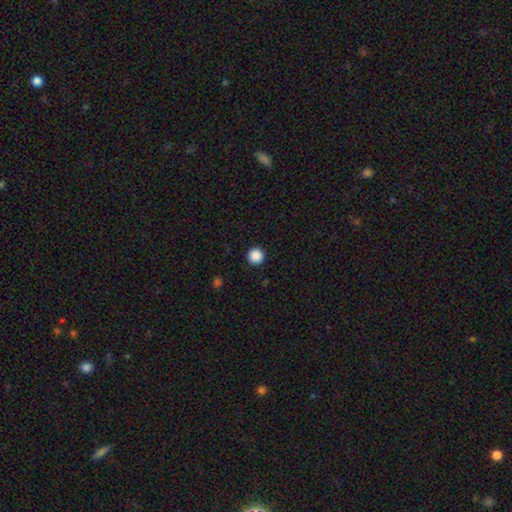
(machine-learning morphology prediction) Smooth or featured? Predicted: smooth (p=0.88). How rounded? Predicted: round (p=0.97). Merging? Predicted: none (p=0.94).